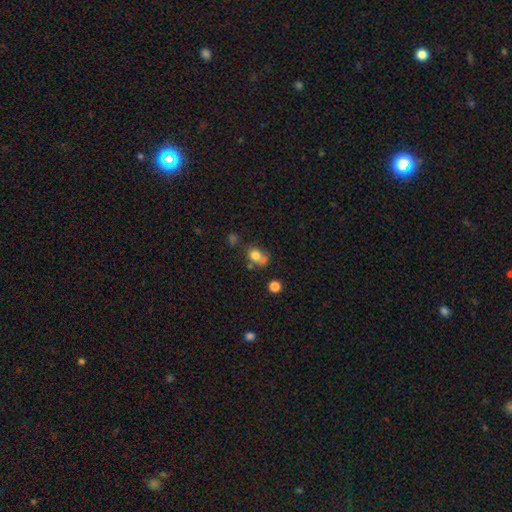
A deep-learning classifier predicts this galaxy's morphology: smooth_or_featured: smooth (p=0.74) [alt: featured or disk p=0.13]
how_rounded: round (p=0.59) [alt: in between p=0.40]
merging: none (p=0.41) [alt: merger p=0.25]